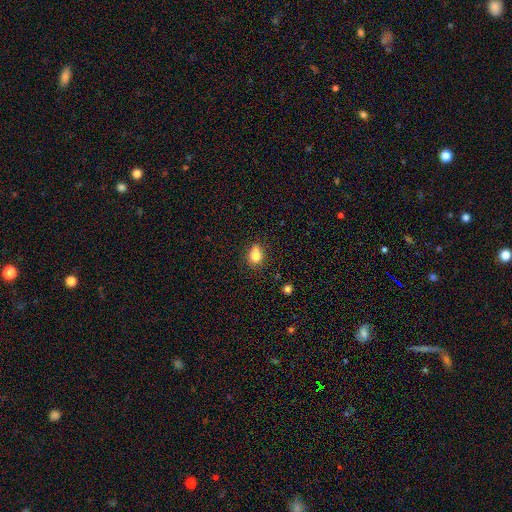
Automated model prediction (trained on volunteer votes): smooth_or_featured: smooth (p=0.79) [alt: star or artifact p=0.11]
how_rounded: in between (p=0.56) [alt: round p=0.42]
merging: none (p=0.59) [alt: minor disturbance p=0.27]